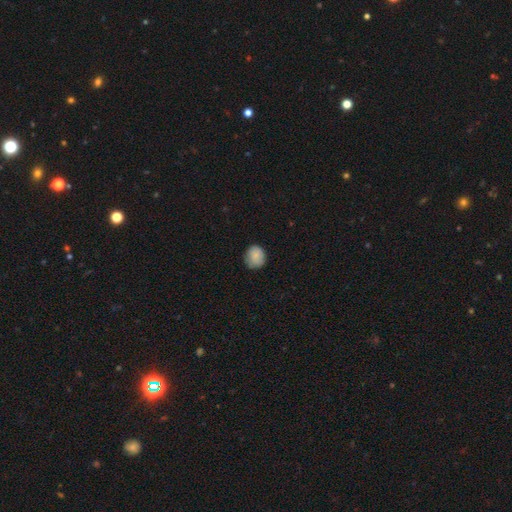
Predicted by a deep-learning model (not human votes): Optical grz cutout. It shows a smooth galaxy with no disk features (84%) that is round (77%). Merging: none (78%).